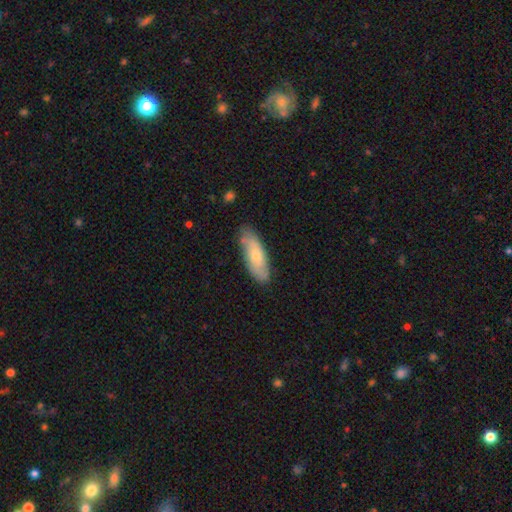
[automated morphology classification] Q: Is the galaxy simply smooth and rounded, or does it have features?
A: smooth — 59%.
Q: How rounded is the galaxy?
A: in between — 58%.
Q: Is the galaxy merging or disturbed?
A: none — 79%.